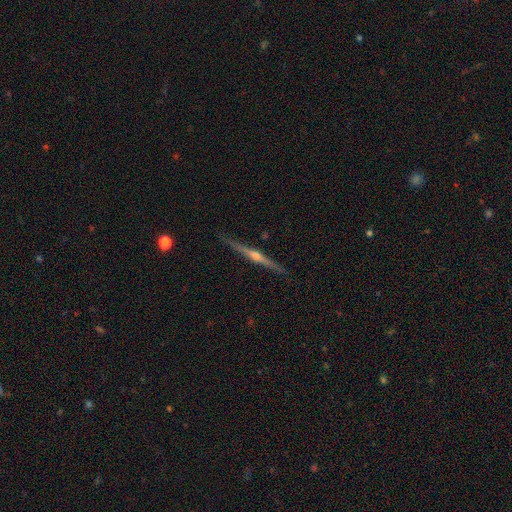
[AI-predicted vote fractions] A featured or disk galaxy (85%) viewed edge-on (99%) with a rounded central bulge (89%). Merging: none (91%).